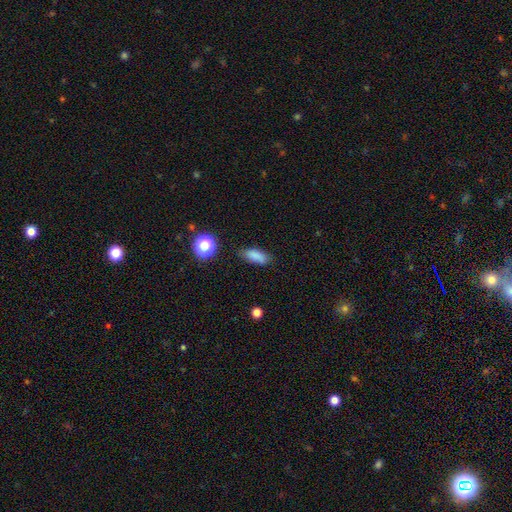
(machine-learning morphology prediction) smooth 82%, star or artifact 11%, featured or disk 7%. Down the decision tree: how rounded — in between (74%); merging — none (74%).